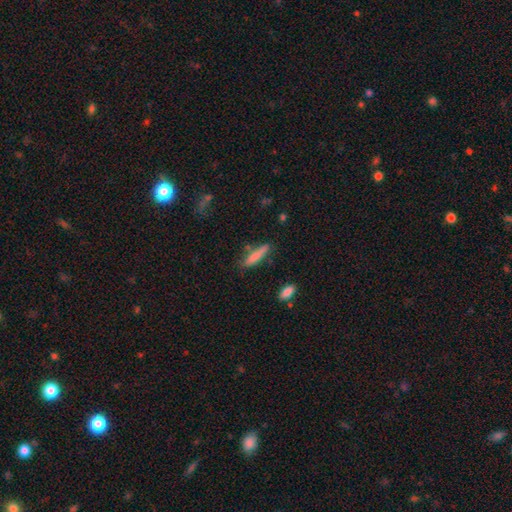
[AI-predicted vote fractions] Overall: smooth (80%). How rounded: cigar-shaped (81%). Merging: none (73%).